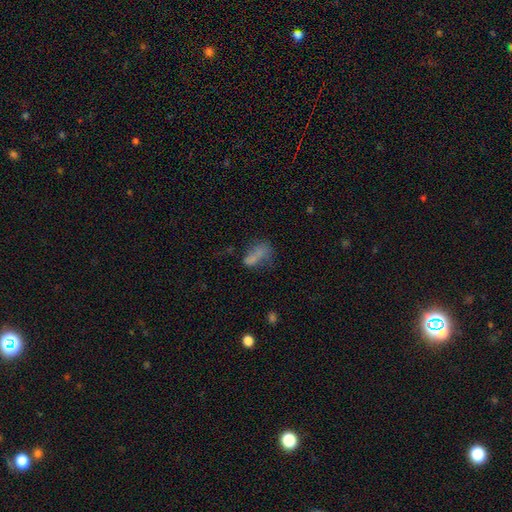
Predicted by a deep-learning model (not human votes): Overall: smooth (61%; featured or disk 23%). How rounded: in between (78%). Merging: none (31%; major disturbance 25%).